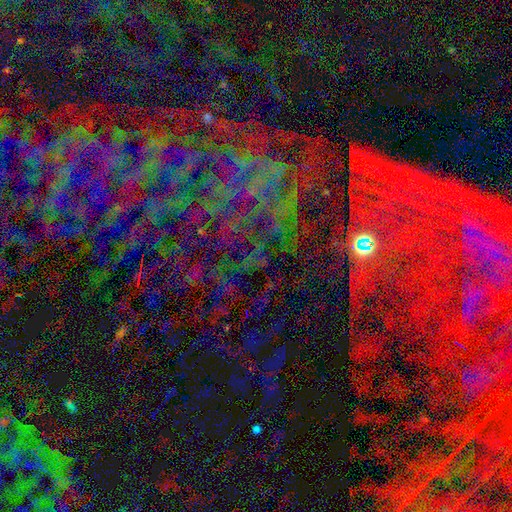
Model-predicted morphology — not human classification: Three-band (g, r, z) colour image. It shows a star or artifact, not a galaxy (80%).